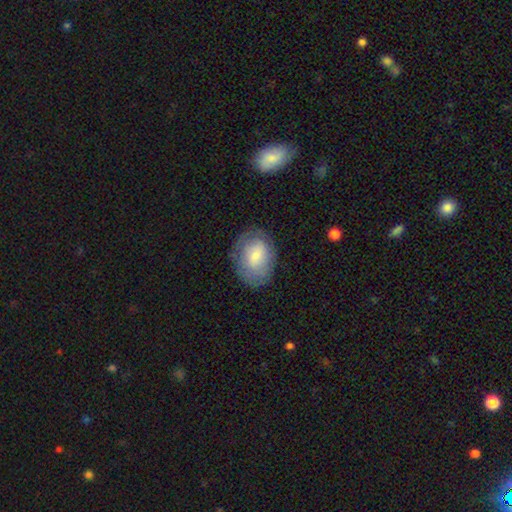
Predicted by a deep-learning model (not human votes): Overall: smooth (62%; featured or disk 31%). How rounded: in between (71%). Merging: none (74%).